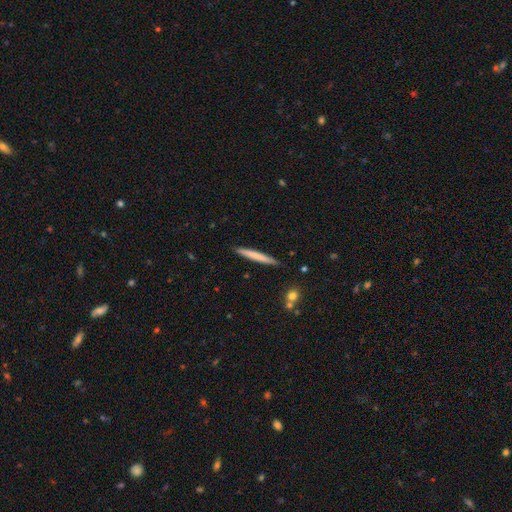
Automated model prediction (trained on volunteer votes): Smooth or featured: smooth — 68% (featured or disk — 26%)
How rounded: cigar-shaped — 97% (in between — 2%)
Merging: none — 90% (minor disturbance — 7%)